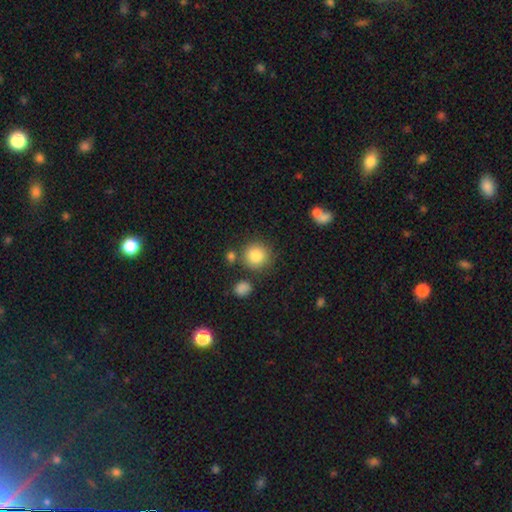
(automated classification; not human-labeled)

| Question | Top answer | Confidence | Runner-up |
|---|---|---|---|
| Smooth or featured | smooth | 85% | star or artifact (9%) |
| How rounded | round | 92% | in between (7%) |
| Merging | none | 78% | minor disturbance (10%) |